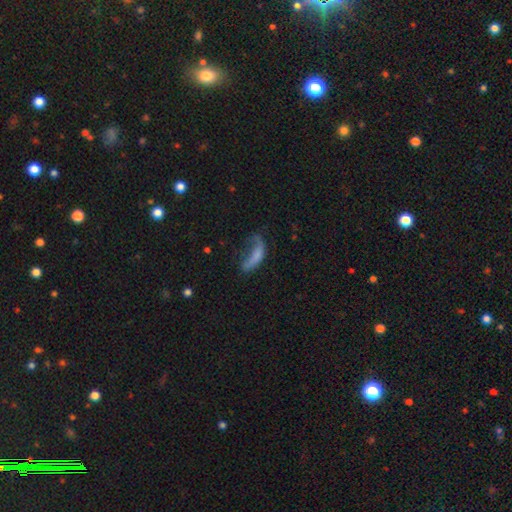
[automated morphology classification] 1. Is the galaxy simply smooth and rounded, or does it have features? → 57% smooth, 32% featured or disk, 11% star or artifact.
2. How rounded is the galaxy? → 56% in between, 39% cigar-shaped, 4% round.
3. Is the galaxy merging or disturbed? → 51% major disturbance, 23% none, 19% minor disturbance, 7% merger.